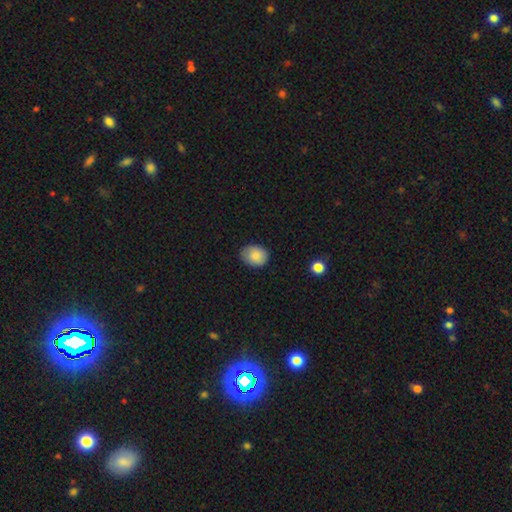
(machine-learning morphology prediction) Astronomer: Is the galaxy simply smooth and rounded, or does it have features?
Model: smooth — 85%.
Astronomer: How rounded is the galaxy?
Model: in between — 55% (runner-up: round, 44%).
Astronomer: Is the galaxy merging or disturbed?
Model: none — 80%.